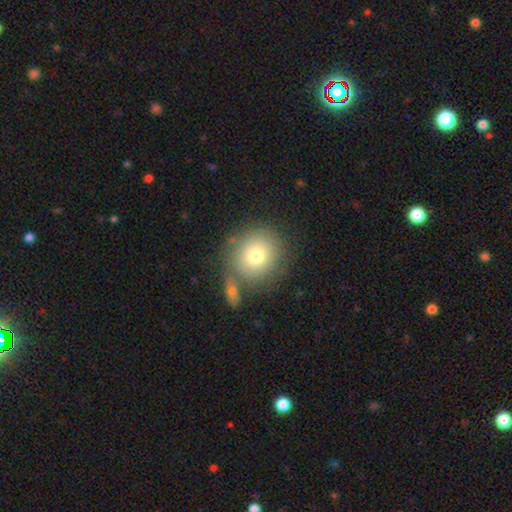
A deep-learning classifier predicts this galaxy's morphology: Smooth or featured? Predicted: smooth (p=0.76). How rounded? Predicted: round (p=0.88). Merging? Predicted: none (p=0.70).